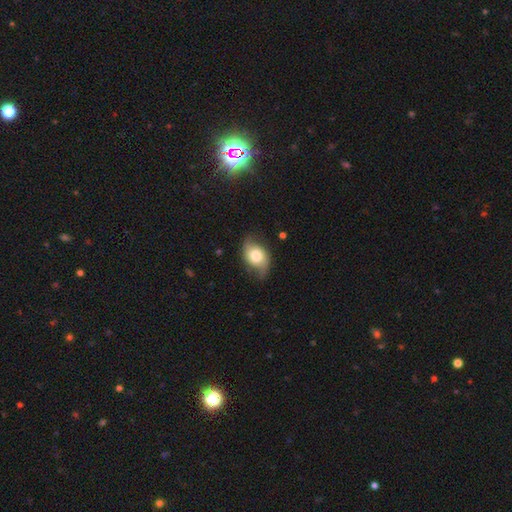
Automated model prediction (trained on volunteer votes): Overall: smooth (48%; featured or disk 44%). Merging: none (65%; minor disturbance 25%).